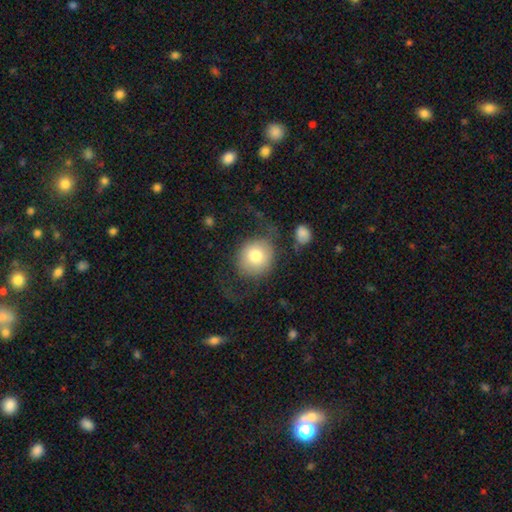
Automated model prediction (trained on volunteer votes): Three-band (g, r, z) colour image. It shows a smooth galaxy with no disk features (70%) that is round (85%). Merging: none (54%).